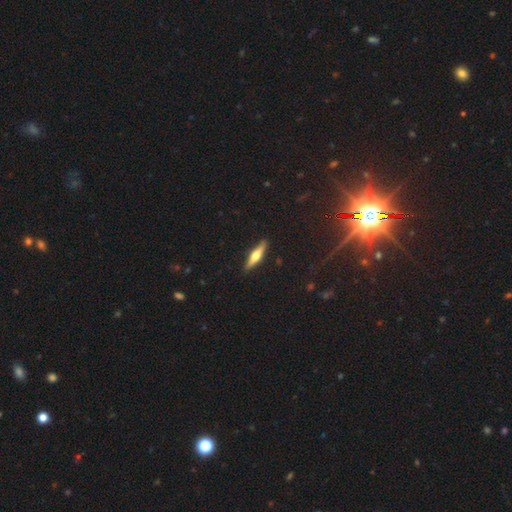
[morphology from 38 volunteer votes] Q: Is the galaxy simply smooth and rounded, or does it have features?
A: featured or disk — 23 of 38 (61%).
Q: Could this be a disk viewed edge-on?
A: yes — 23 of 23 (100%).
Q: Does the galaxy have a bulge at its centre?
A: rounded — 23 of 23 (100%).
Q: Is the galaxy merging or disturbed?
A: none — 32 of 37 (86%).